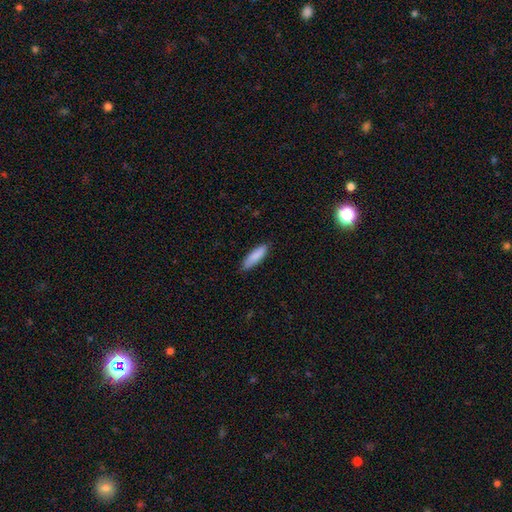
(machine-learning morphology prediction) type=smooth (87%); roundness=cigar-shaped (55%); merging=none (83%).